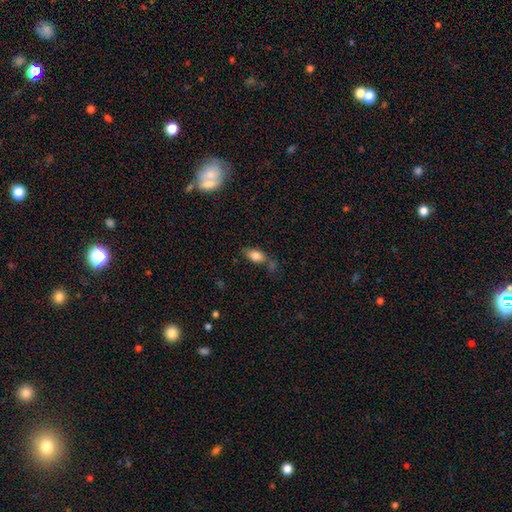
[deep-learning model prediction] Smooth or featured? Predicted: smooth (p=0.81). How rounded? Predicted: in between (p=0.88). Merging? Predicted: none (p=0.58).